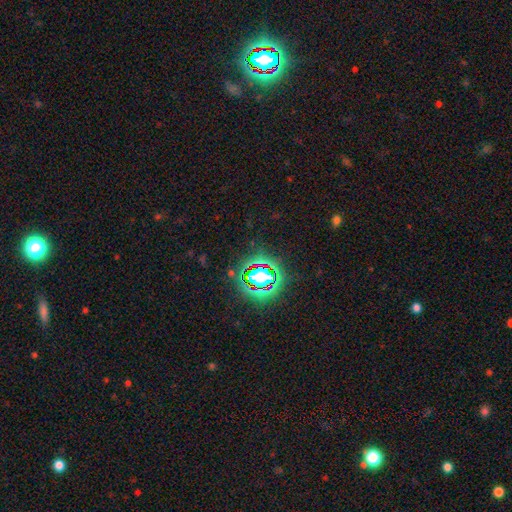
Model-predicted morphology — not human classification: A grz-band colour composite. It shows a star or artifact, not a galaxy (82%).